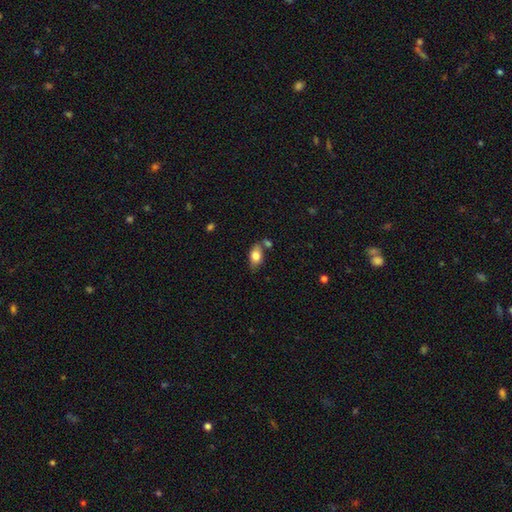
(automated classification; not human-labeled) smooth_or_featured: smooth (p=0.79) [alt: featured or disk p=0.14]
how_rounded: in between (p=0.89) [alt: round p=0.07]
merging: none (p=0.62) [alt: minor disturbance p=0.19]